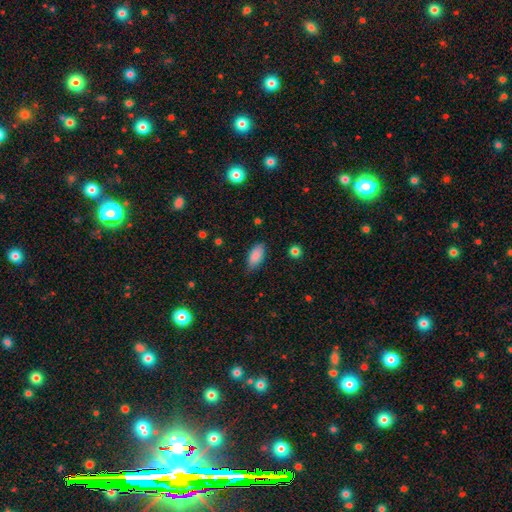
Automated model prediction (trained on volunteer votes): The model was most divided on "merging": none: 82%, minor disturbance: 14%, major disturbance: 2%, merger: 1%. More confident: how rounded — in between (87%); smooth or featured — smooth (85%).